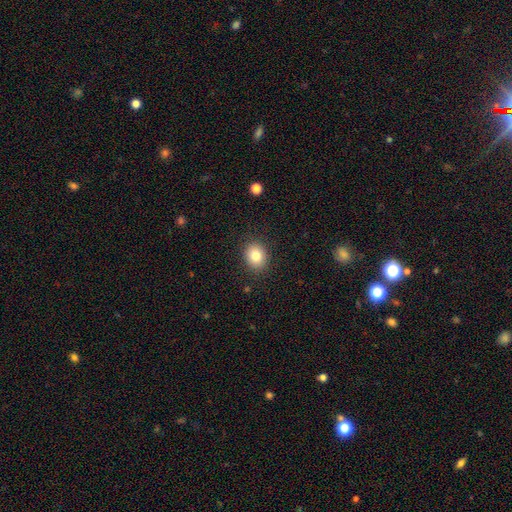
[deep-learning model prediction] This appears to be a smooth galaxy with no disk features (82%) that is round (59%). Merging: none (89%).